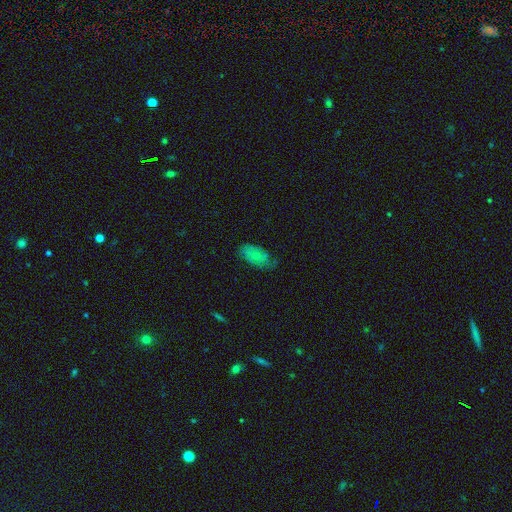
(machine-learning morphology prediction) Q: Smooth or featured?
A: smooth (60%); runner-up: featured or disk (32%)
Q: How rounded?
A: in between (91%); runner-up: round (5%)
Q: Merging?
A: none (60%); runner-up: minor disturbance (30%)